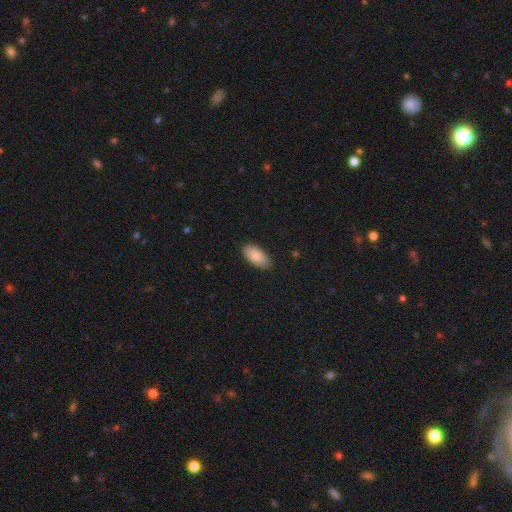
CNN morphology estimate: smooth 87%, featured or disk 7%, star or artifact 6%. Down the decision tree: how rounded — in between (93%); merging — none (87%).